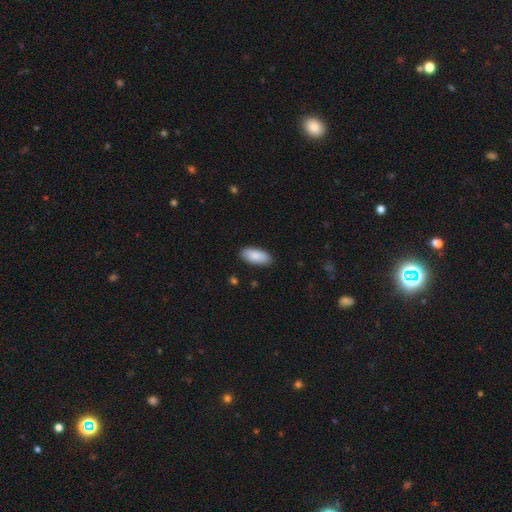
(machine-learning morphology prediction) Overall: smooth (86%). How rounded: in between (89%). Merging: none (87%).